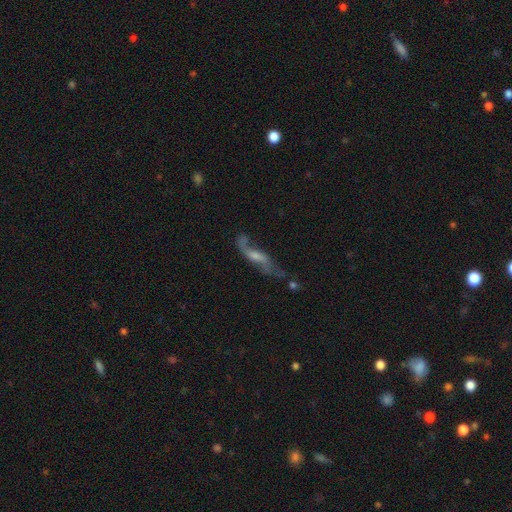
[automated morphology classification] Q: Smooth or featured?
A: featured or disk (71%); runner-up: smooth (18%)
Q: Edge-on disk?
A: no (67%); runner-up: yes (33%)
Q: Merging?
A: none (52%); runner-up: minor disturbance (22%)